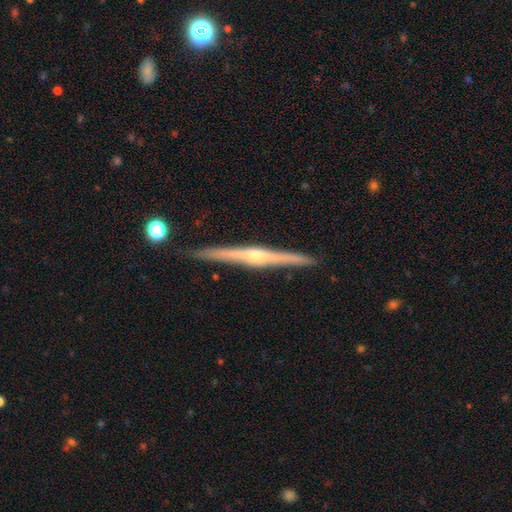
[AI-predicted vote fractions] smooth_or_featured: featured or disk (p=0.82) [alt: smooth p=0.13]
disk_edge_on: yes (p=0.98) [alt: no p=0.02]
edge_on_bulge: rounded (p=0.84) [alt: none p=0.10]
merging: none (p=0.91) [alt: minor disturbance p=0.06]